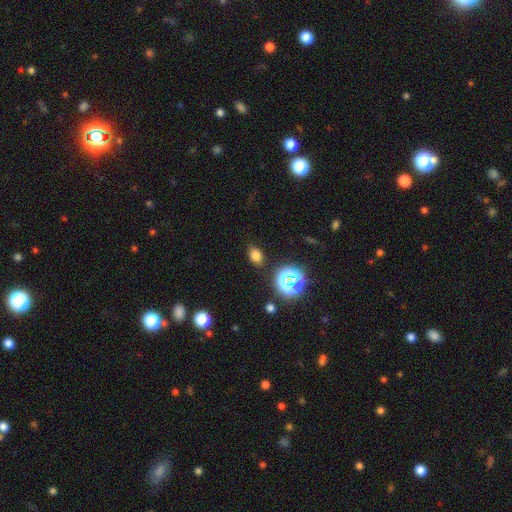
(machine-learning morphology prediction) A smooth galaxy with no disk features (73%) that is in between round and cigar-shaped (71%). Merging: none (84%).